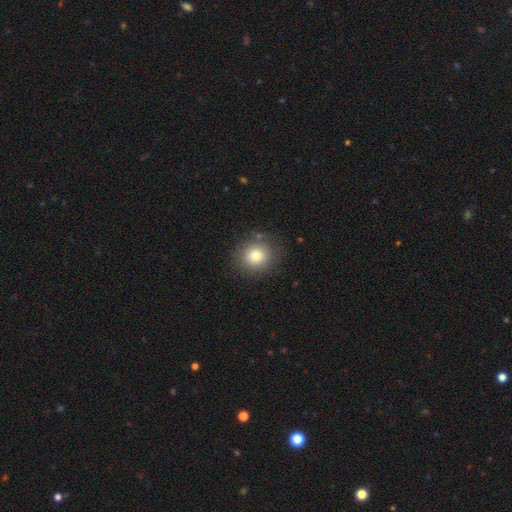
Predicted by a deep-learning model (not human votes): Morphology: type=smooth (79%); roundness=round (84%); merging=none (84%).